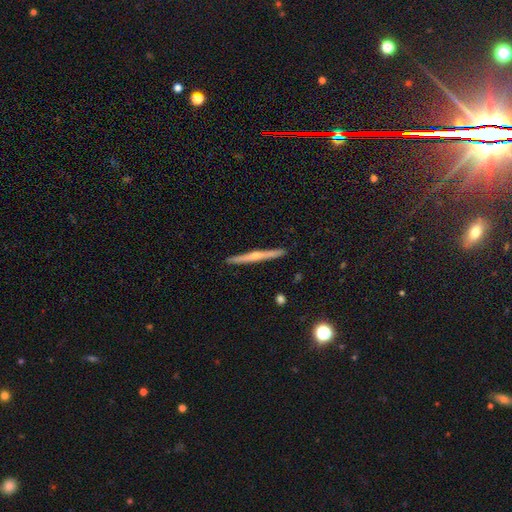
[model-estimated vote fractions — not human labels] Smooth or featured? Predicted: featured or disk (p=0.63). Edge-on disk? Predicted: yes (p=0.95). Edge-on bulge? Predicted: rounded (p=0.73). Merging? Predicted: none (p=0.87).